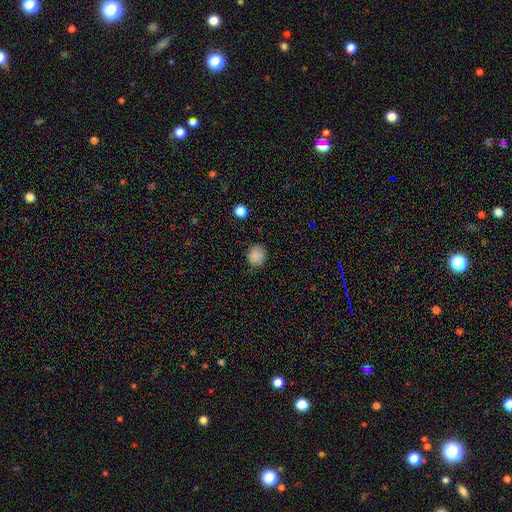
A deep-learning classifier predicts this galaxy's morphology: Smooth or featured? Predicted: smooth (p=0.86). How rounded? Predicted: round (p=0.84). Merging? Predicted: none (p=0.84).